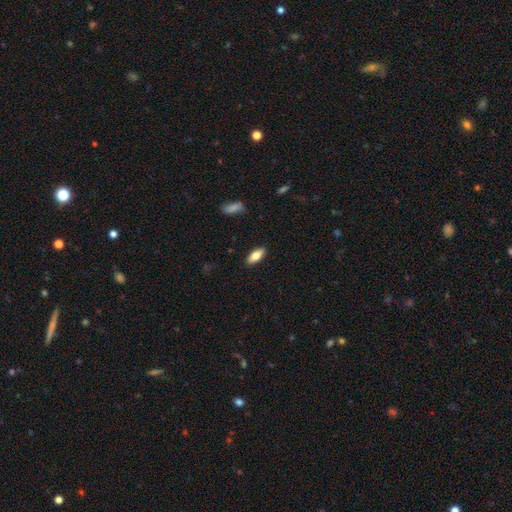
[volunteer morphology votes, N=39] Q: Smooth or featured?
A: smooth (85%); runner-up: star or artifact (10%)
Q: How rounded?
A: in between (88%); runner-up: cigar-shaped (12%)
Q: Merging?
A: none (94%); runner-up: major disturbance (6%)